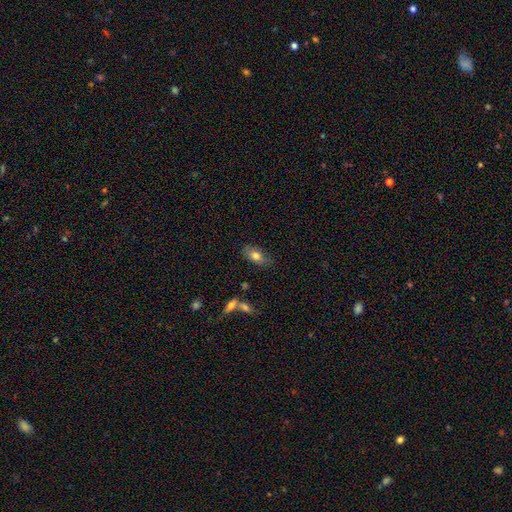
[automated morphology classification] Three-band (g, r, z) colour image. It shows a smooth galaxy with no disk features (75%) that is in between round and cigar-shaped (89%). Merging: none (79%).